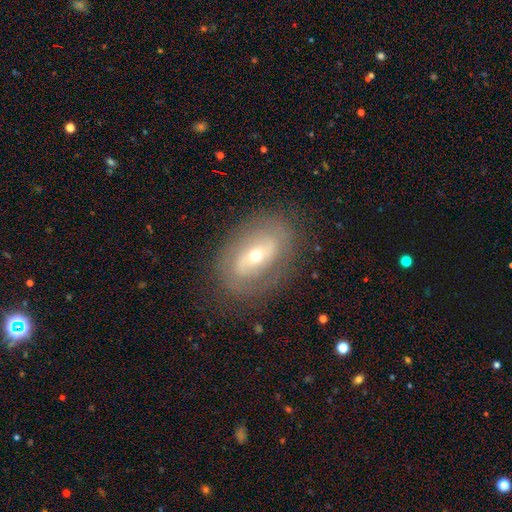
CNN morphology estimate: smooth-or-featured: featured or disk: 67% | smooth: 24% | star or artifact: 9%
  disk-edge-on: no: 92% | yes: 8%
    bar: no: 47% | weak: 31% | strong: 23%
    has-spiral-arms: yes: 52% | no: 48%
    bulge-size: small: 53% | moderate: 43% | large: 2% | dominant: 1% | none: 1%
  merging: none: 77% | minor disturbance: 14% | major disturbance: 7% | merger: 1%